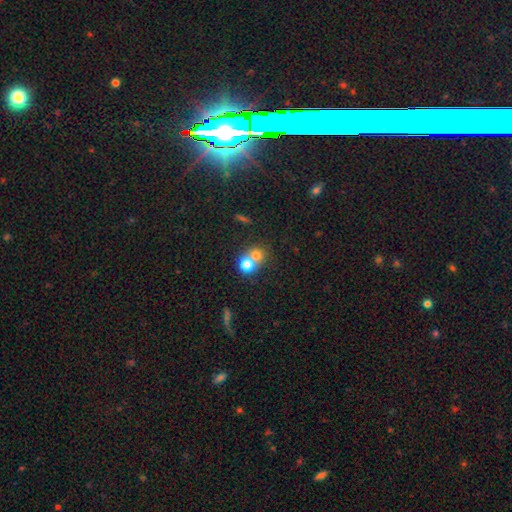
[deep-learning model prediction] A smooth galaxy with no disk features (72%) that is round (79%).

Vote fractions:
- Smooth or featured? smooth: 72% / featured or disk: 16% / star or artifact: 12%
- How rounded? round: 79% / in between: 20% / cigar-shaped: 1%
- Merging? merger: 64% / none: 29% / minor disturbance: 5% / major disturbance: 3%